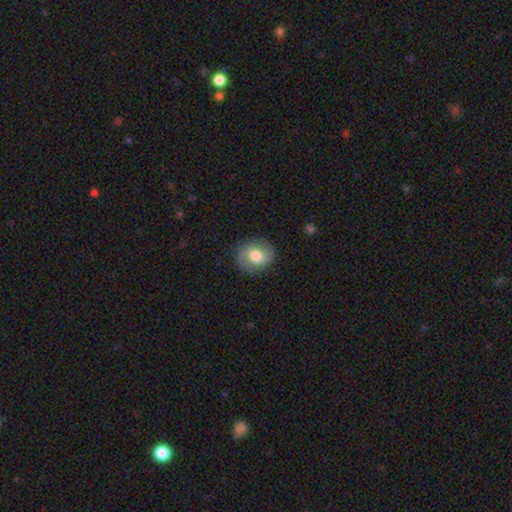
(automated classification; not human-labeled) Smooth or featured: smooth — 55% (featured or disk — 37%)
How rounded: round — 64% (in between — 35%)
Merging: none — 82% (minor disturbance — 12%)